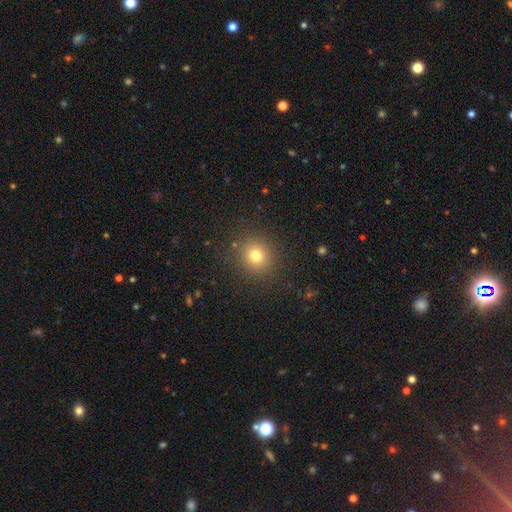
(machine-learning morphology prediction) A smooth galaxy with no disk features (77%) that is round (84%).

Vote fractions:
- Smooth or featured? smooth: 77% / star or artifact: 15% / featured or disk: 8%
- How rounded? round: 84% / in between: 15% / cigar-shaped: 1%
- Merging? none: 87% / minor disturbance: 8% / major disturbance: 3% / merger: 1%